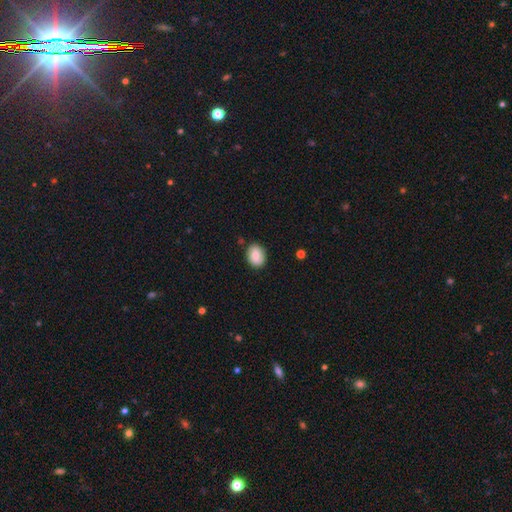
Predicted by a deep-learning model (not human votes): Smooth or featured? Predicted: smooth (p=0.83). How rounded? Predicted: in between (p=0.61). Merging? Predicted: none (p=0.85).